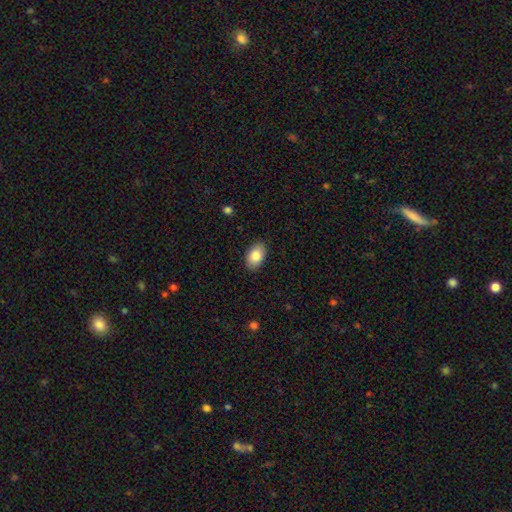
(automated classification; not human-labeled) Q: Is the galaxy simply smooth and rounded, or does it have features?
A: smooth — 84%.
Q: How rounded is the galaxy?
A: in between — 90%.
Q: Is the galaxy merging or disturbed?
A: none — 88%.